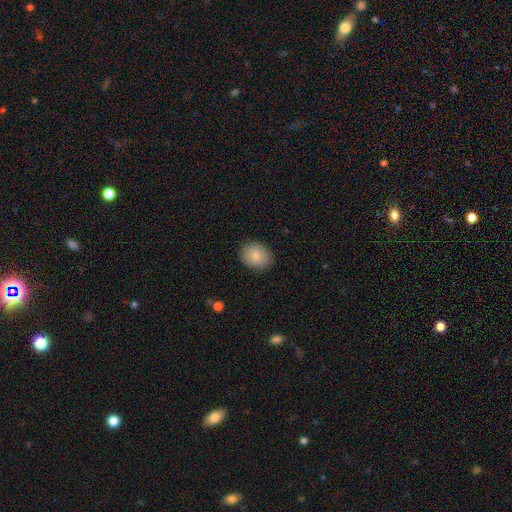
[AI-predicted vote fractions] This is clearly a smooth galaxy (83%). How rounded: possibly round (58%). Merging: clearly none (89%).